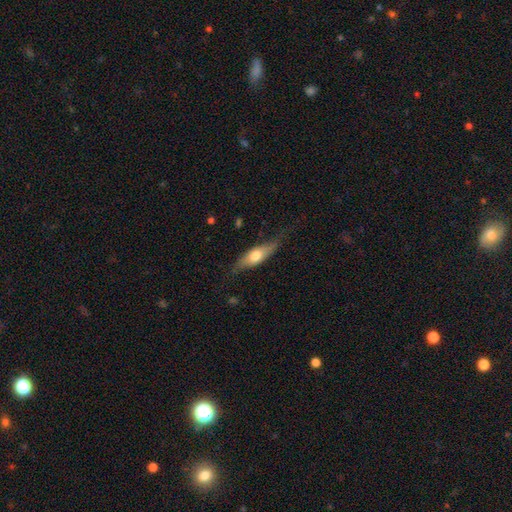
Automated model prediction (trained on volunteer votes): A smooth galaxy with no disk features (54%) that is in between round and cigar-shaped (54%).

Vote fractions:
- Smooth or featured? smooth: 54% / featured or disk: 41% / star or artifact: 5%
- How rounded? in between: 54% / cigar-shaped: 43% / round: 3%
- Merging? none: 67% / minor disturbance: 24% / major disturbance: 7% / merger: 2%